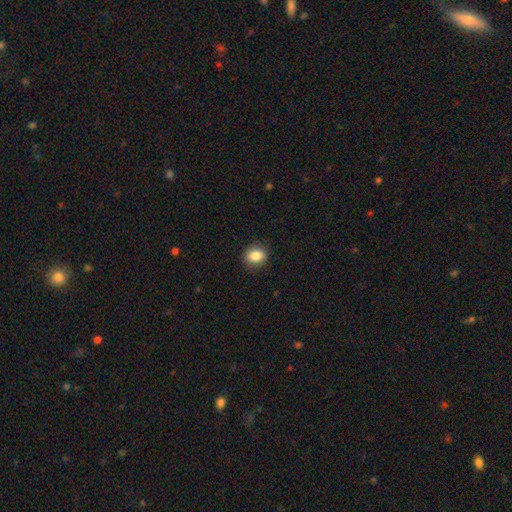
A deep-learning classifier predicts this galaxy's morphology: The model was most divided on "how rounded": round: 55%, in between: 44%, cigar-shaped: 1%. More confident: merging — none (87%); smooth or featured — smooth (85%).